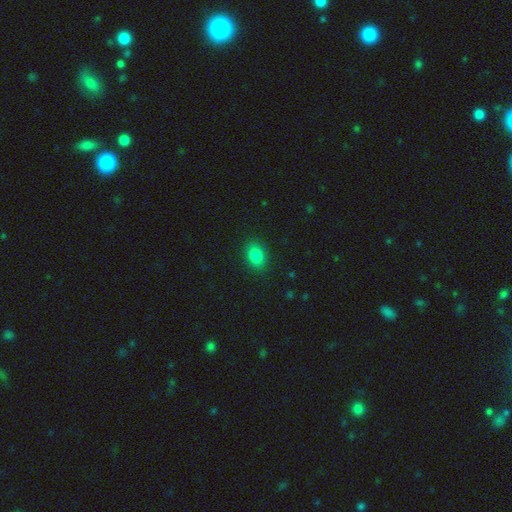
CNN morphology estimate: Smooth or featured?
  - smooth: 84% *
  - star or artifact: 10%
  - featured or disk: 5%
How rounded?
  - in between: 79% *
  - round: 20%
  - cigar-shaped: 2%
Merging?
  - none: 88% *
  - minor disturbance: 8%
  - major disturbance: 2%
  - merger: 1%